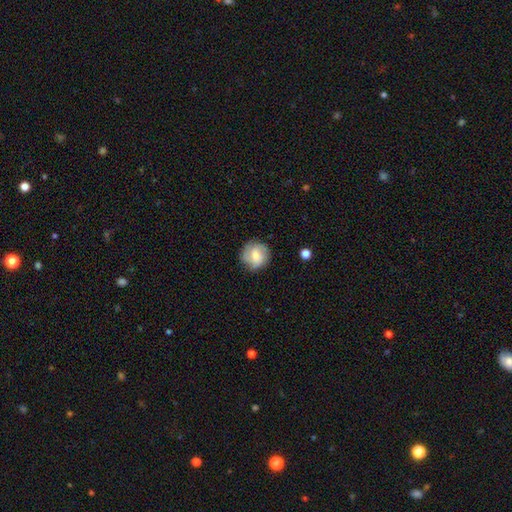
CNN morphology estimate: smooth 48%, featured or disk 44%, star or artifact 8%. Down the decision tree: merging — none (79%).